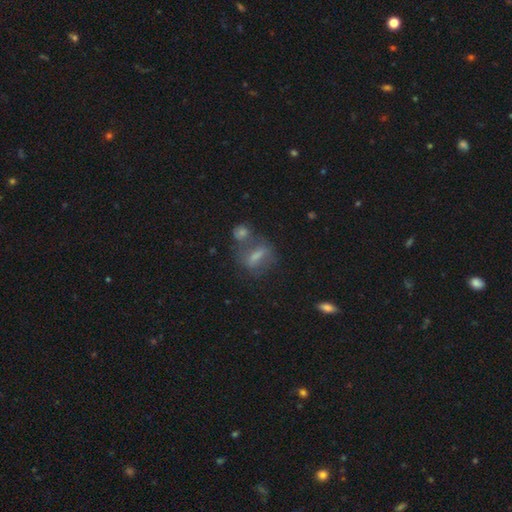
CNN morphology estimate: Smooth or featured: smooth — 54% (featured or disk — 32%)
How rounded: in between — 54% (cigar-shaped — 26%)
Merging: none — 48% (merger — 23%)